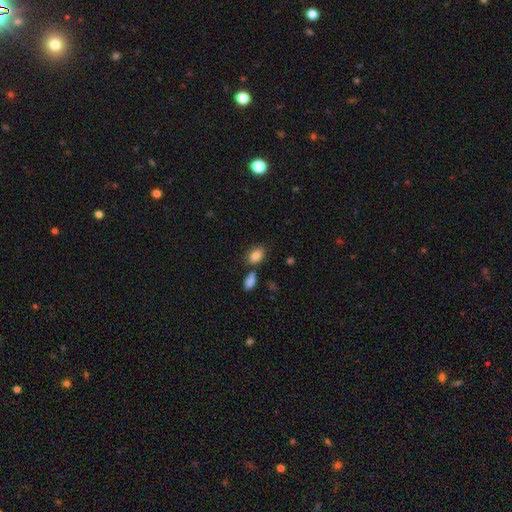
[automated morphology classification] Q: Smooth or featured?
A: smooth (86%); runner-up: star or artifact (8%)
Q: How rounded?
A: in between (86%); runner-up: round (12%)
Q: Merging?
A: none (68%); runner-up: merger (15%)